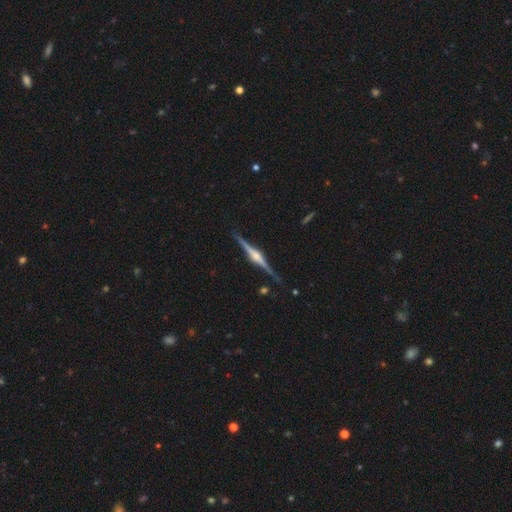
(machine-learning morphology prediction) Q: Smooth or featured?
A: featured or disk (87%); runner-up: smooth (8%)
Q: Edge-on disk?
A: yes (98%); runner-up: no (2%)
Q: Edge-on bulge?
A: rounded (89%); runner-up: boxy (9%)
Q: Merging?
A: none (89%); runner-up: minor disturbance (8%)